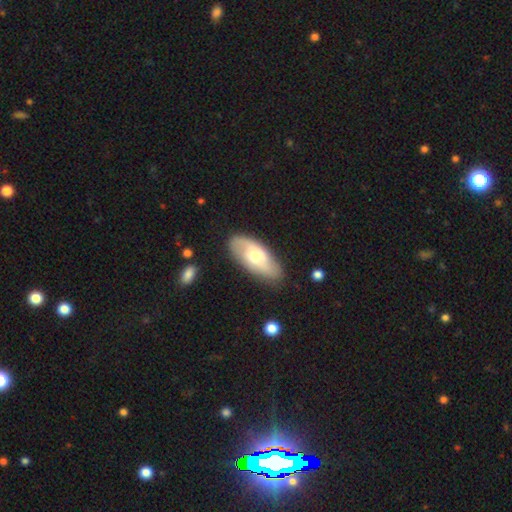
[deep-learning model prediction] Smooth or featured: smooth — 52% (featured or disk — 42%)
How rounded: in between — 87% (cigar-shaped — 11%)
Merging: none — 79% (minor disturbance — 15%)